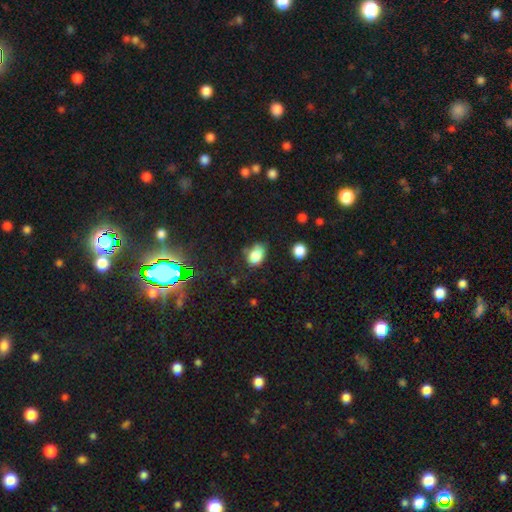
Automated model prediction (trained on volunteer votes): A smooth galaxy with no disk features (80%) that is in between round and cigar-shaped (66%).

Vote fractions:
- Smooth or featured? smooth: 80% / star or artifact: 12% / featured or disk: 8%
- How rounded? in between: 66% / round: 33% / cigar-shaped: 1%
- Merging? none: 54% / minor disturbance: 31% / major disturbance: 9% / merger: 6%